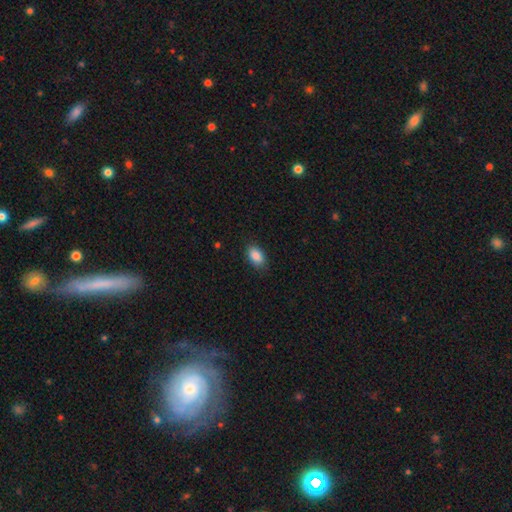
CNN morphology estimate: Smooth or featured?
  - smooth: 88% *
  - star or artifact: 8%
  - featured or disk: 4%
How rounded?
  - in between: 91% *
  - round: 8%
  - cigar-shaped: 2%
Merging?
  - none: 83% *
  - minor disturbance: 13%
  - major disturbance: 3%
  - merger: 1%